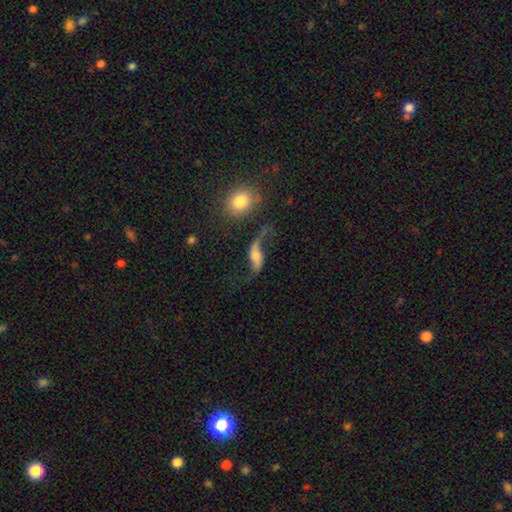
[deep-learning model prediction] This appears to be a featured or disk galaxy (78%) with no bar (47%), 2 (90%) loose (93%) spiral arms (92%) and a moderate central bulge (40%). Merging: none (52%).